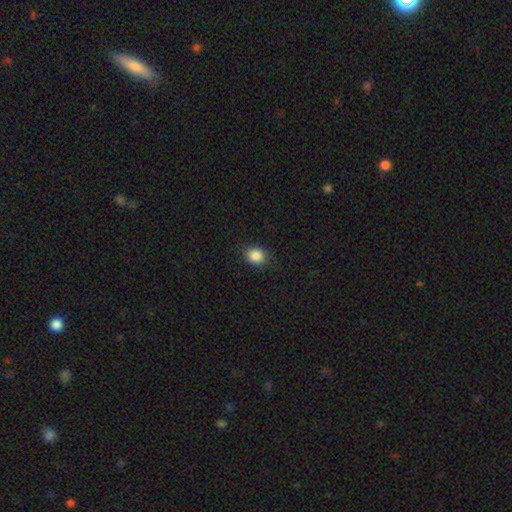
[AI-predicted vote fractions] A smooth galaxy with no disk features (86%) that is round (73%). Merging: none (87%).